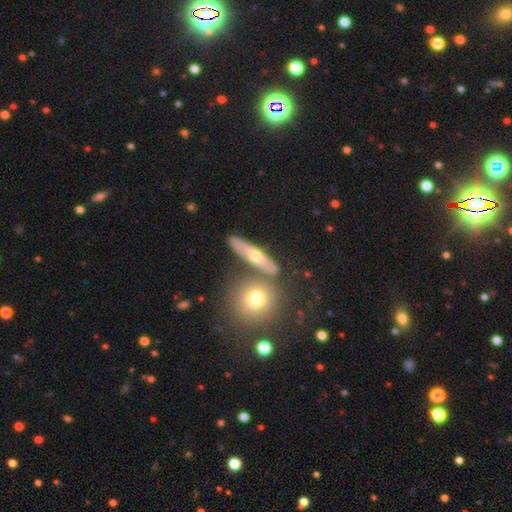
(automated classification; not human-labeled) smooth_or_featured: featured or disk (p=0.46) [alt: smooth p=0.44]
merging: none (p=0.74) [alt: merger p=0.12]